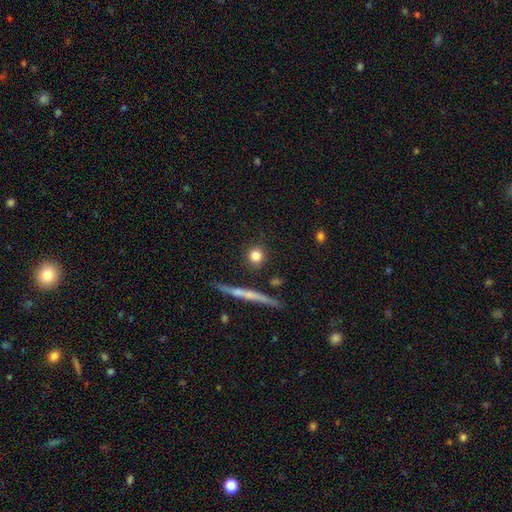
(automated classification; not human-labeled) smooth_or_featured: smooth (p=0.79) [alt: featured or disk p=0.11]
how_rounded: round (p=0.88) [alt: in between p=0.08]
merging: none (p=0.86) [alt: minor disturbance p=0.08]